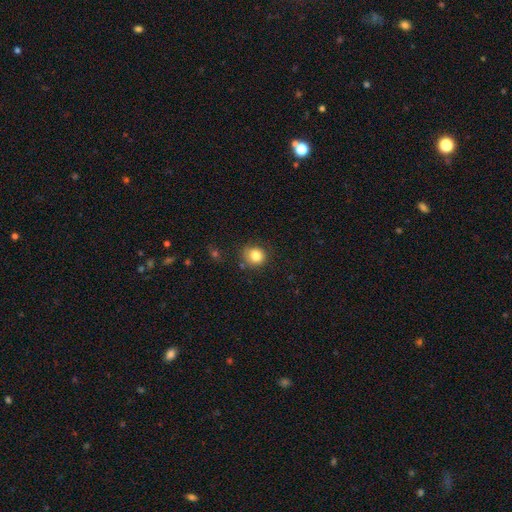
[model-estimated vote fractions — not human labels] This is clearly a smooth galaxy (83%). How rounded: clearly round (80%). Merging: likely none (77%).